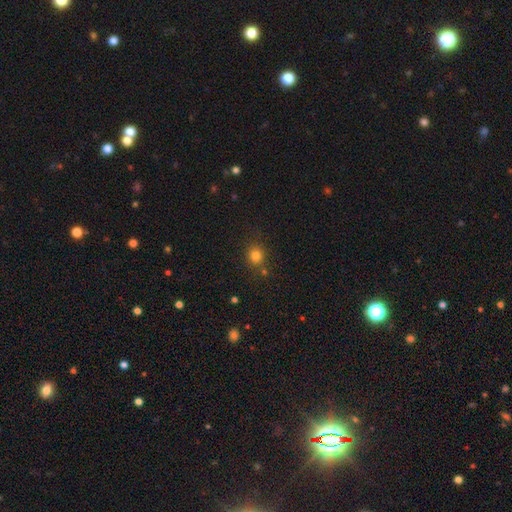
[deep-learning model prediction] The model was most divided on "smooth or featured": smooth: 80%, star or artifact: 14%, featured or disk: 6%. More confident: how rounded — round (83%); merging — none (78%).